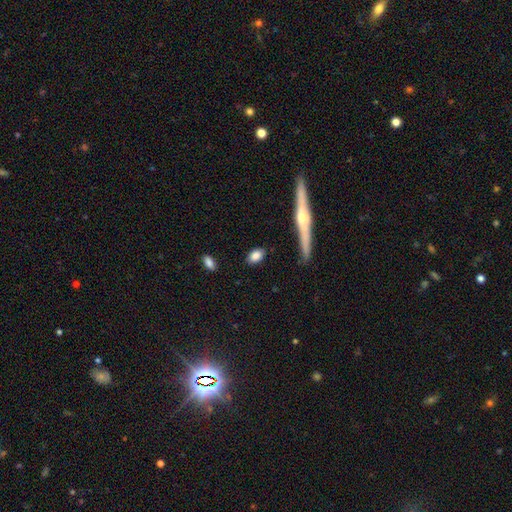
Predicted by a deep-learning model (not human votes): Smooth or featured: smooth — 84% (featured or disk — 9%)
How rounded: in between — 83% (round — 12%)
Merging: none — 84% (minor disturbance — 11%)